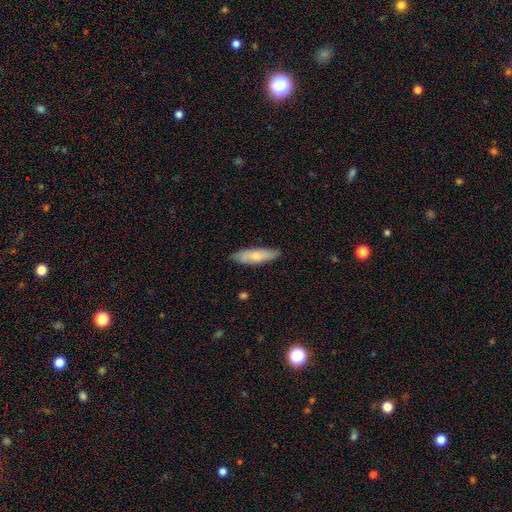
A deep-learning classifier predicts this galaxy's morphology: A smooth galaxy with no disk features (68%) that is cigar-shaped (60%). Merging: none (84%).